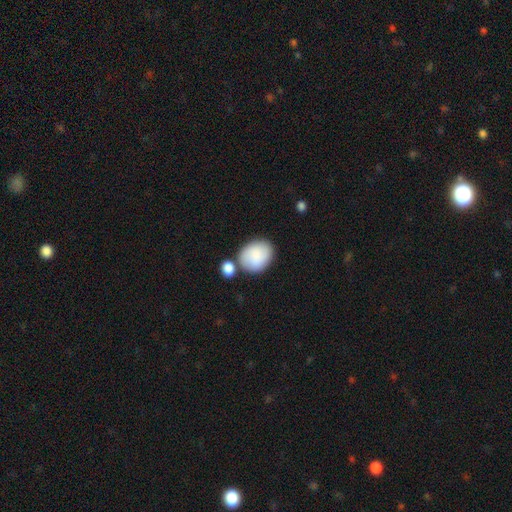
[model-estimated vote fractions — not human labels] smooth_or_featured: smooth (p=0.86) [alt: featured or disk p=0.08]
how_rounded: in between (p=0.54) [alt: round p=0.44]
merging: none (p=0.61) [alt: merger p=0.20]